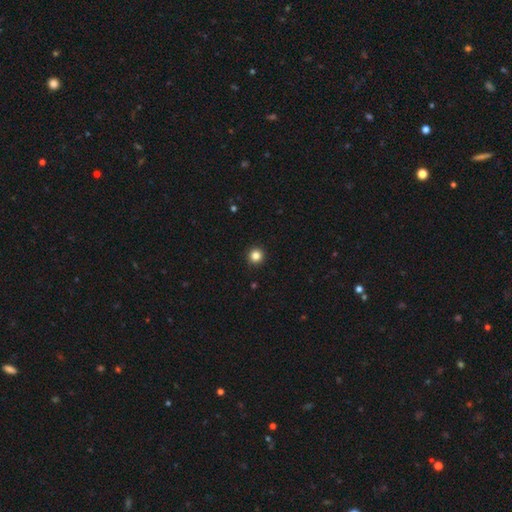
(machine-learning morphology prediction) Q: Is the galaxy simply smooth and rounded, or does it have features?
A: smooth — 84%.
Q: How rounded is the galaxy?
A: round — 95%.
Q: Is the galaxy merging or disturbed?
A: none — 94%.